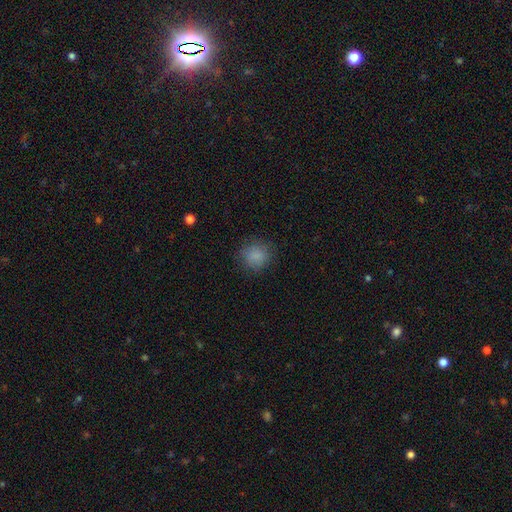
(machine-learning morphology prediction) Smooth or featured? Predicted: smooth (p=0.84). How rounded? Predicted: round (p=0.85). Merging? Predicted: none (p=0.82).